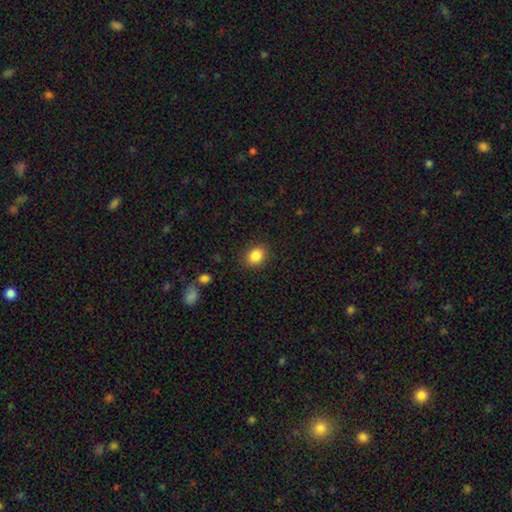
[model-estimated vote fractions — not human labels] smooth-or-featured: smooth: 87% | star or artifact: 9% | featured or disk: 4%
  how-rounded: in between: 55% | round: 45% | cigar-shaped: 1%
  merging: none: 87% | minor disturbance: 9% | major disturbance: 3% | merger: 1%